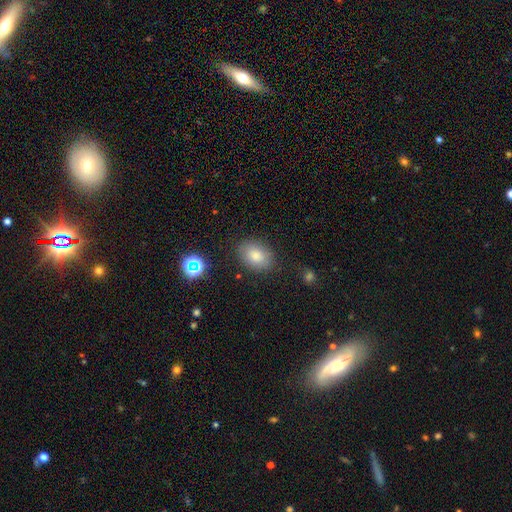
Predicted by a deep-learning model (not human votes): A smooth galaxy with no disk features (81%) that is in between round and cigar-shaped (78%).

Vote fractions:
- Smooth or featured? smooth: 81% / star or artifact: 10% / featured or disk: 9%
- How rounded? in between: 78% / round: 21% / cigar-shaped: 1%
- Merging? none: 81% / minor disturbance: 12% / major disturbance: 4% / merger: 2%